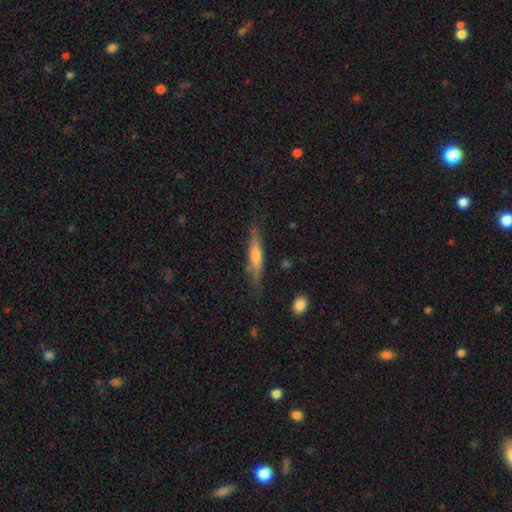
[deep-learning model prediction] smooth_or_featured: featured or disk (p=0.58) [alt: smooth p=0.34]
disk_edge_on: yes (p=0.94) [alt: no p=0.06]
edge_on_bulge: rounded (p=0.66) [alt: none p=0.21]
merging: none (p=0.82) [alt: minor disturbance p=0.13]